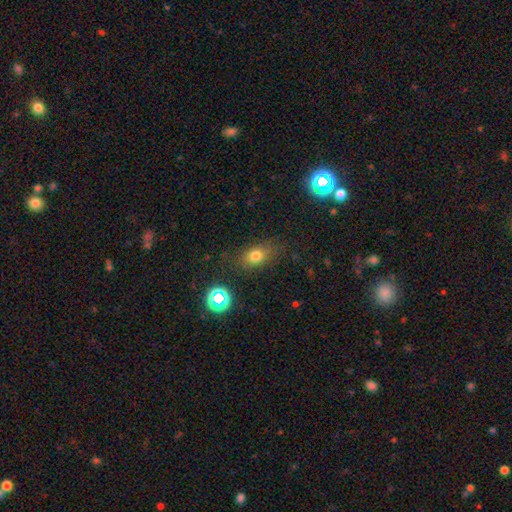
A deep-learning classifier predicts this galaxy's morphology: A smooth galaxy with no disk features (72%) that is in between round and cigar-shaped (67%).

Vote fractions:
- Smooth or featured? smooth: 72% / star or artifact: 17% / featured or disk: 10%
- How rounded? in between: 67% / round: 29% / cigar-shaped: 4%
- Merging? none: 76% / minor disturbance: 16% / major disturbance: 6% / merger: 2%